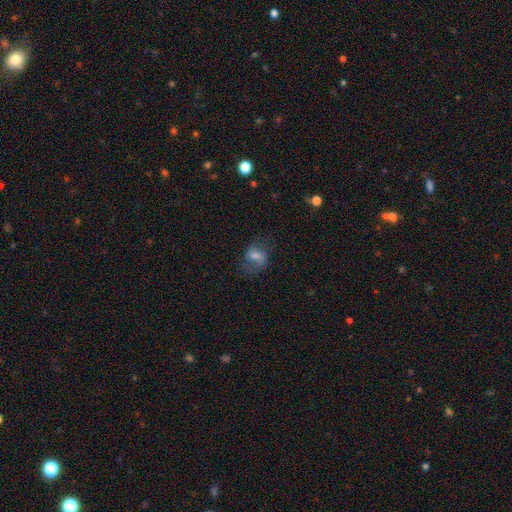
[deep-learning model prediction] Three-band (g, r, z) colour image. It shows a smooth galaxy with no disk features (55%) that is in between round and cigar-shaped (59%). Merging: none (53%).